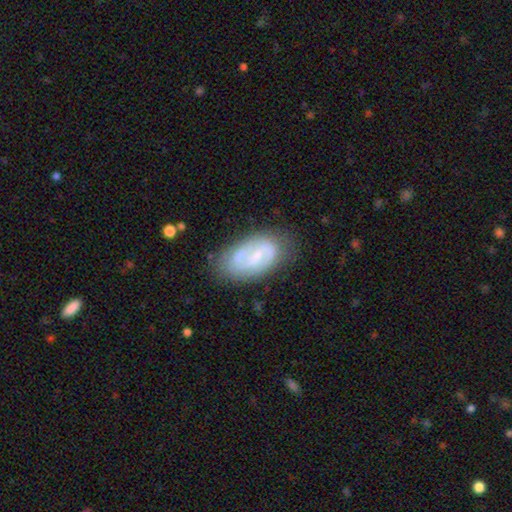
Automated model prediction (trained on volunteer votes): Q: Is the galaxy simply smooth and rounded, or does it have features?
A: featured or disk — 66%.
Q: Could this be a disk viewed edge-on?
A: no — 95%.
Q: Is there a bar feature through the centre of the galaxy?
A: weak — 46%.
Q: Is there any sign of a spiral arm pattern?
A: yes — 71%.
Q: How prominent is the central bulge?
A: small — 61%.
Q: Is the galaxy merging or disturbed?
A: none — 73%.